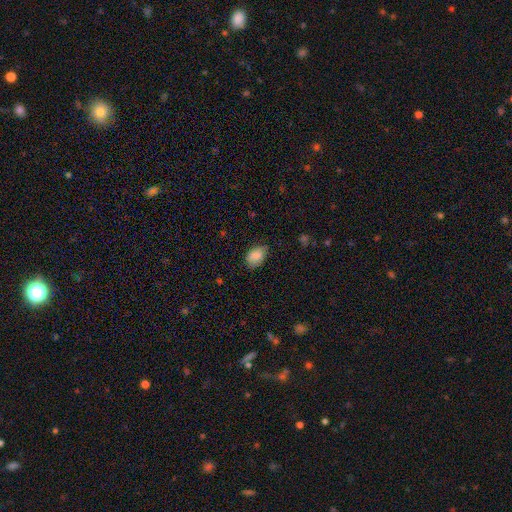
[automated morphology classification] This is clearly a smooth galaxy (84%). How rounded: clearly in between (85%). Merging: likely none (66%).